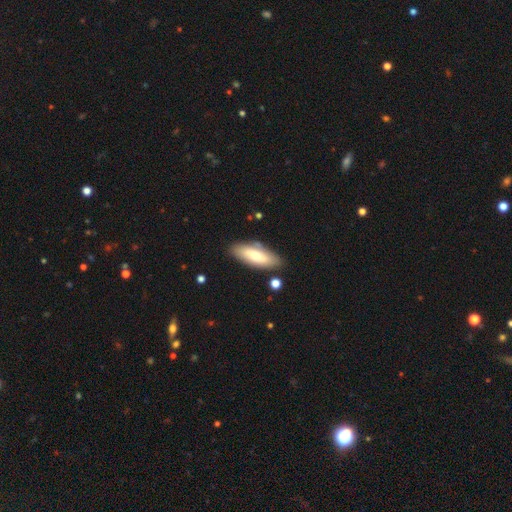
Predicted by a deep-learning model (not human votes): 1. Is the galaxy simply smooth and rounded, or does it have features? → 66% smooth, 28% featured or disk, 6% star or artifact.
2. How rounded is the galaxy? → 69% in between, 29% cigar-shaped, 2% round.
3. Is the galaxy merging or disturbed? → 81% none, 13% minor disturbance, 4% merger, 3% major disturbance.